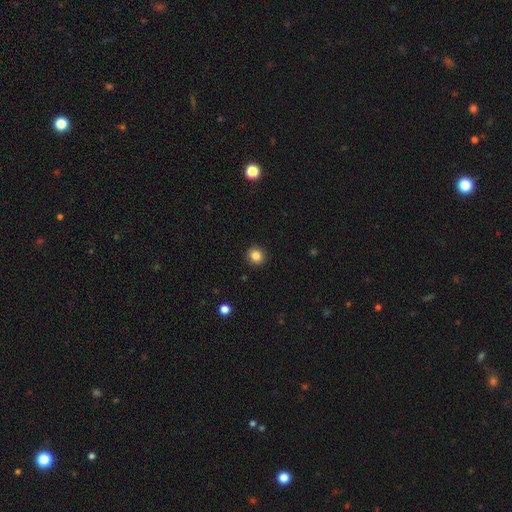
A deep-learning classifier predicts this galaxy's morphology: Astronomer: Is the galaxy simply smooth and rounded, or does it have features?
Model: smooth — 85%.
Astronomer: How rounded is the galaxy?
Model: round — 89%.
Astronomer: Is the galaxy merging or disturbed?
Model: none — 92%.